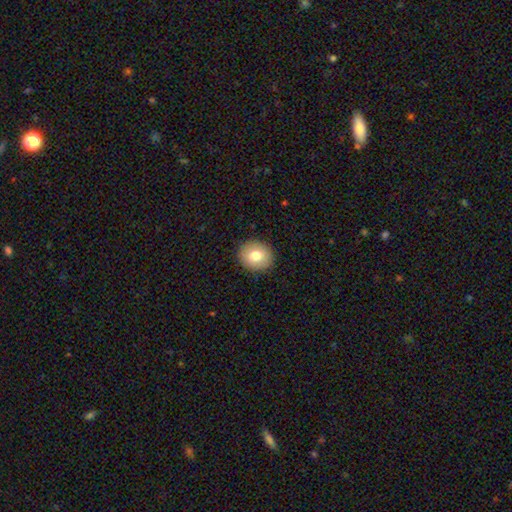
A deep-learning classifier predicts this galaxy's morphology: smooth_or_featured: smooth (p=0.77) [alt: featured or disk p=0.14]
how_rounded: round (p=0.71) [alt: in between p=0.28]
merging: none (p=0.91) [alt: minor disturbance p=0.07]